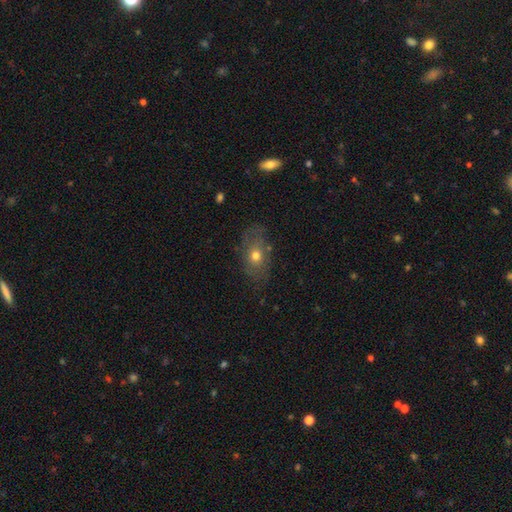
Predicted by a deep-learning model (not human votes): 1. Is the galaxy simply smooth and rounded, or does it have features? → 63% smooth, 27% featured or disk, 10% star or artifact.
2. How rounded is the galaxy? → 76% in between, 22% round, 3% cigar-shaped.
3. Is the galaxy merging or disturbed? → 70% none, 20% minor disturbance, 8% major disturbance, 2% merger.